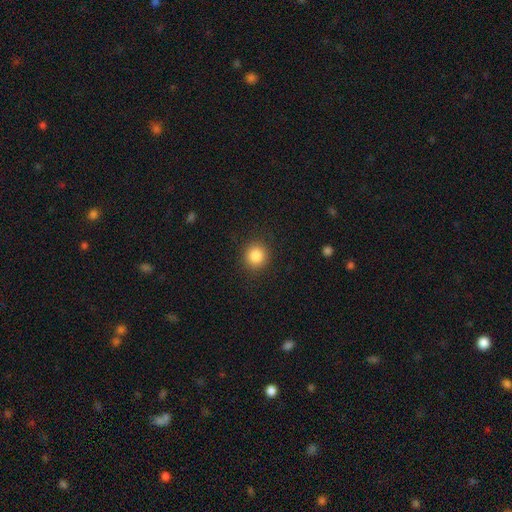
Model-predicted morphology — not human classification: Smooth or featured? Predicted: smooth (p=0.85). How rounded? Predicted: round (p=0.90). Merging? Predicted: none (p=0.90).